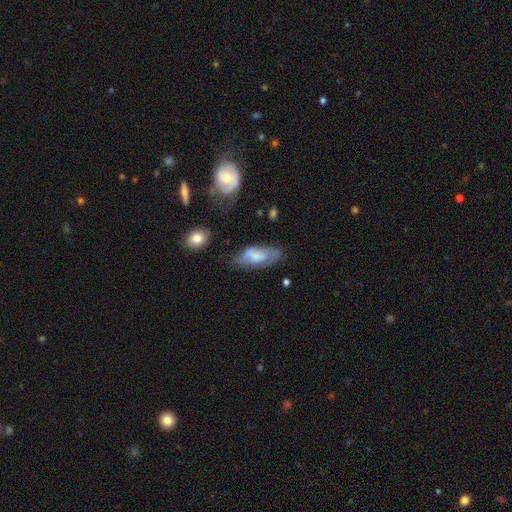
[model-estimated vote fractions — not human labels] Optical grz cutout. It shows a smooth galaxy with no disk features (58%) that is in between round and cigar-shaped (84%). Merging: none (55%).